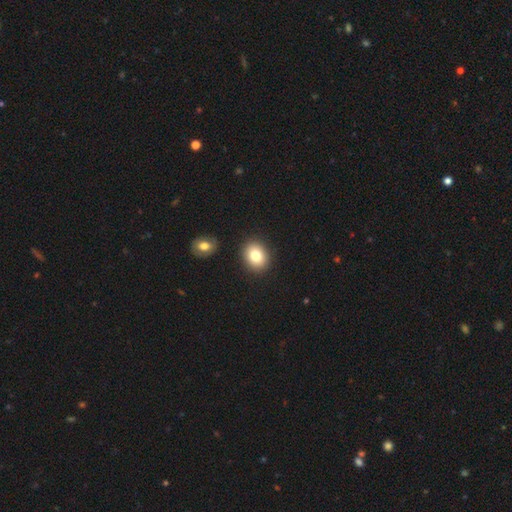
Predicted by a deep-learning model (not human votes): A smooth galaxy with no disk features (81%) that is round (57%).

Vote fractions:
- Smooth or featured? smooth: 81% / star or artifact: 10% / featured or disk: 9%
- How rounded? round: 57% / in between: 43% / cigar-shaped: 1%
- Merging? none: 88% / minor disturbance: 7% / merger: 3% / major disturbance: 2%